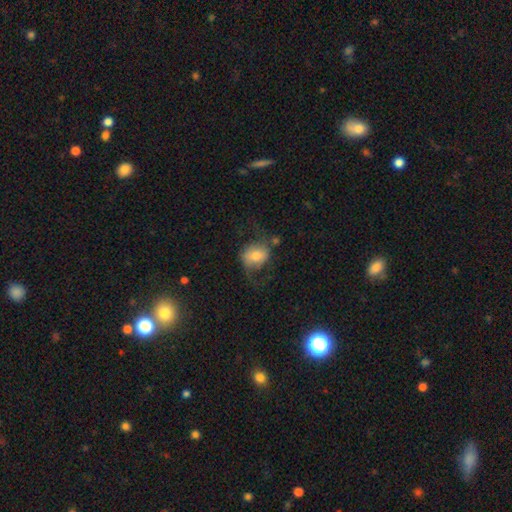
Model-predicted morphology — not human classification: Overall: smooth (52%; featured or disk 39%). How rounded: round (55%; in between 43%). Merging: none (52%; minor disturbance 23%).